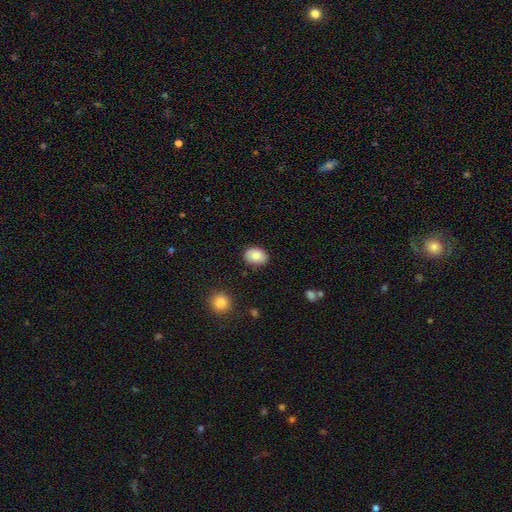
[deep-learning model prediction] Overall: smooth (84%). How rounded: in between (70%). Merging: none (82%).